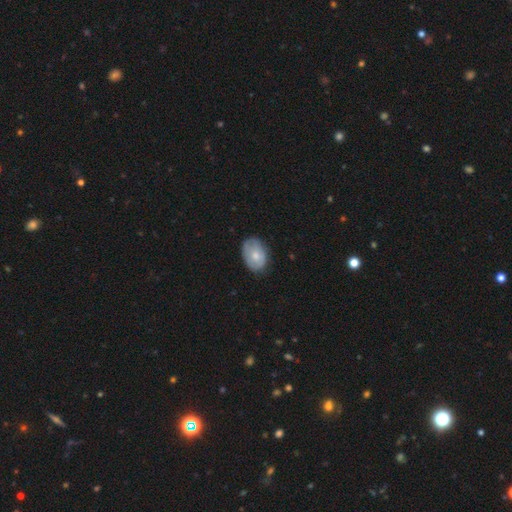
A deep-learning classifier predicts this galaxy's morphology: type=smooth (60%); roundness=in between (79%); merging=none (69%).